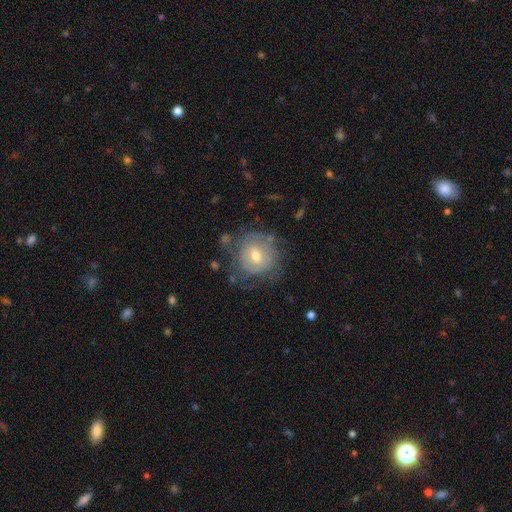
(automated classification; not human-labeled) The model was most divided on "bar": weak: 50%, no: 39%, strong: 12%. More confident: edge-on disk — no (96%); spiral arms — yes (68%); bulge size — moderate (61%); smooth or featured — featured or disk (60%); merging — none (57%).